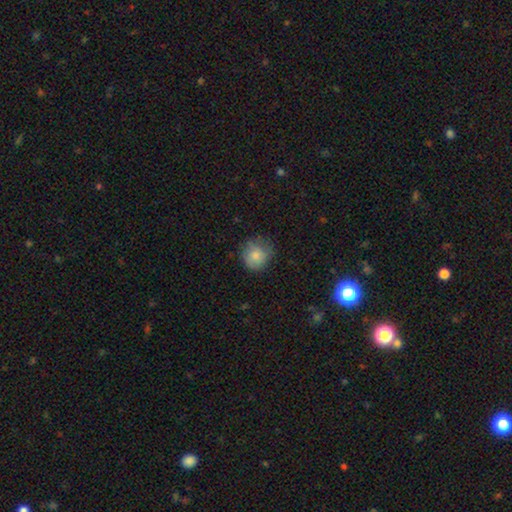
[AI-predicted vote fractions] The model was most divided on "merging": none: 67%, minor disturbance: 24%, major disturbance: 7%, merger: 1%. More confident: how rounded — round (84%); smooth or featured — smooth (81%).